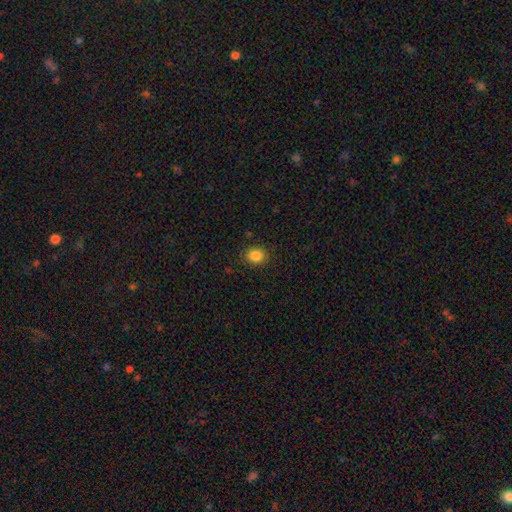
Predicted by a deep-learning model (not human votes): smooth-or-featured: smooth: 86% | star or artifact: 10% | featured or disk: 4%
  how-rounded: round: 69% | in between: 30% | cigar-shaped: 1%
  merging: none: 88% | minor disturbance: 9% | major disturbance: 3% | merger: 1%